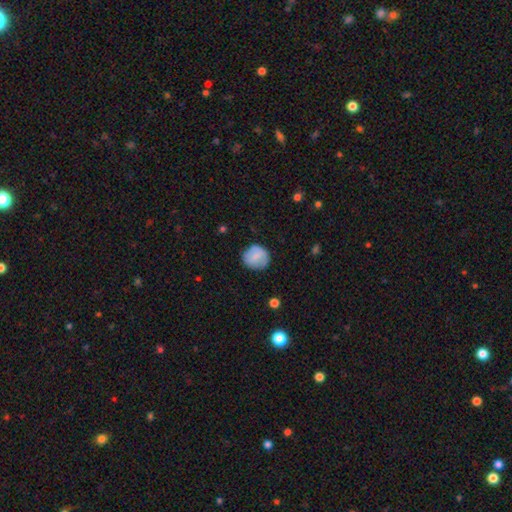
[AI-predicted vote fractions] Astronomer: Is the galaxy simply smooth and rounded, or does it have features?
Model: smooth — 78%.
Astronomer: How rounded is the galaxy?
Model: round — 87%.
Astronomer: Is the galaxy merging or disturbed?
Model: none — 78%.